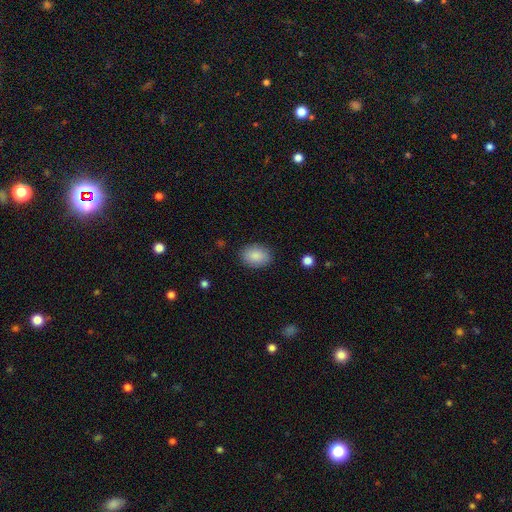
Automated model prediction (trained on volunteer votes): This is clearly a smooth galaxy (87%). How rounded: likely in between (74%). Merging: clearly none (86%).